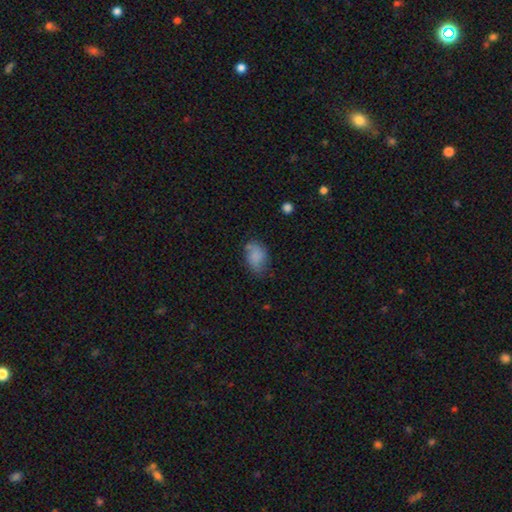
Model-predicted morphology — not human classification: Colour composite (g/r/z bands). It shows a smooth galaxy with no disk features (74%) that is in between round and cigar-shaped (83%). Merging: none (54%).